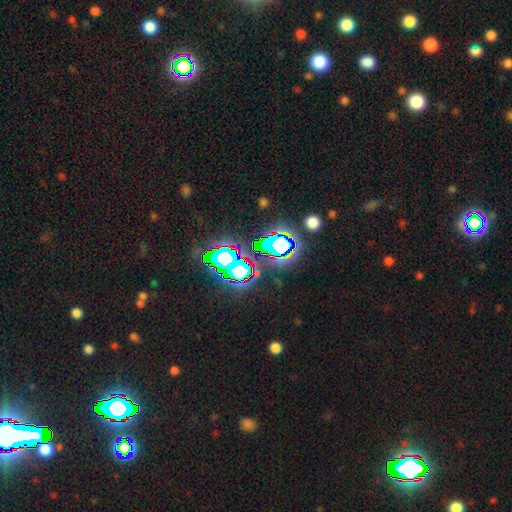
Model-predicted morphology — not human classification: The model was most divided on "smooth or featured": star or artifact: 79%, smooth: 13%, featured or disk: 8%.